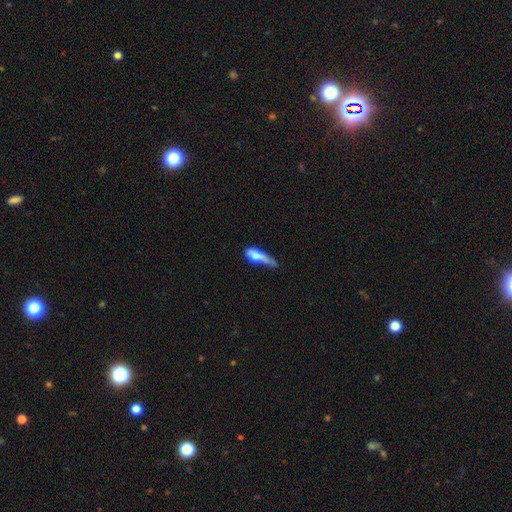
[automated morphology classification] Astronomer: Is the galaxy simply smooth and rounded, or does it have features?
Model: smooth — 68%.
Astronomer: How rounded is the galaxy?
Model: in between — 54% (runner-up: cigar-shaped, 40%).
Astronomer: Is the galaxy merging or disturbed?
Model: major disturbance — 39% (runner-up: minor disturbance, 30%).